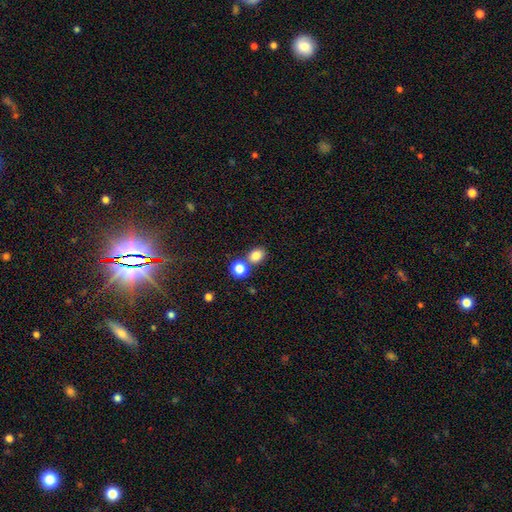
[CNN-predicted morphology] smooth_or_featured: smooth (p=0.83) [alt: star or artifact p=0.12]
how_rounded: round (p=0.55) [alt: in between p=0.44]
merging: none (p=0.61) [alt: merger p=0.27]